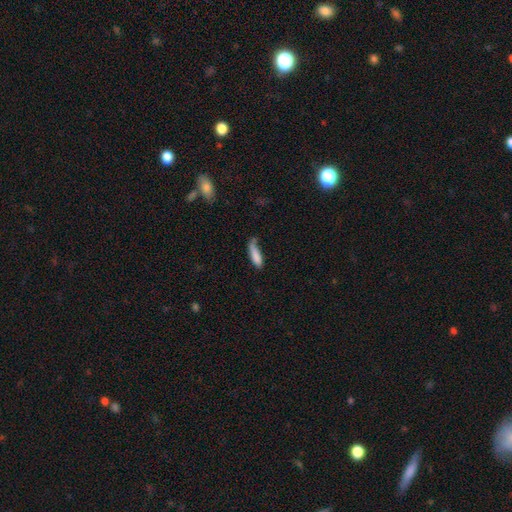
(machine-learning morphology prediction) Q: Smooth or featured?
A: smooth (82%); runner-up: featured or disk (10%)
Q: How rounded?
A: cigar-shaped (62%); runner-up: in between (36%)
Q: Merging?
A: none (47%); runner-up: minor disturbance (33%)